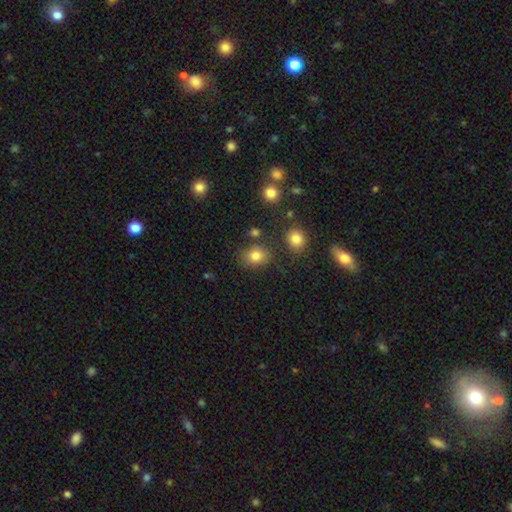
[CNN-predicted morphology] smooth_or_featured: smooth (p=0.80) [alt: star or artifact p=0.12]
how_rounded: round (p=0.55) [alt: in between p=0.44]
merging: none (p=0.76) [alt: minor disturbance p=0.13]